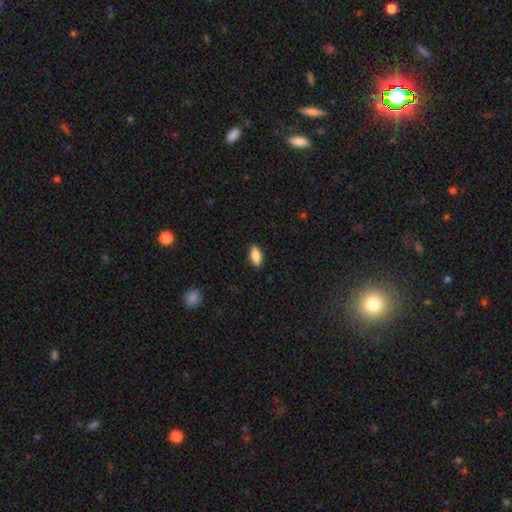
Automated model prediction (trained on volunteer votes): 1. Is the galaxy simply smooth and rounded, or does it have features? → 85% smooth, 8% featured or disk, 7% star or artifact.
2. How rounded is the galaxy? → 89% in between, 8% cigar-shaped, 3% round.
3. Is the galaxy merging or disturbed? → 88% none, 9% minor disturbance, 2% major disturbance, 1% merger.